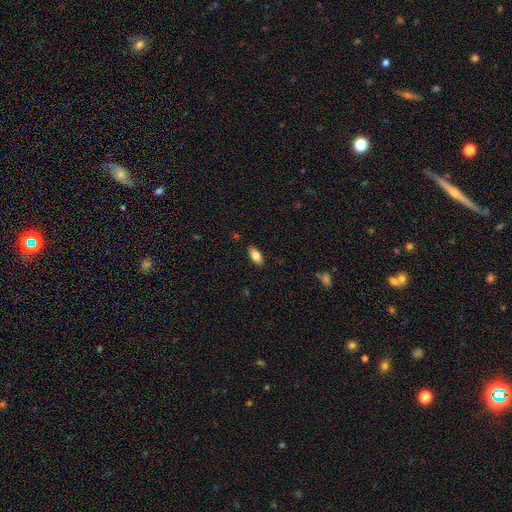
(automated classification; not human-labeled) smooth-or-featured: smooth: 81% | featured or disk: 11% | star or artifact: 7%
  how-rounded: in between: 88% | cigar-shaped: 9% | round: 3%
  merging: none: 87% | minor disturbance: 10% | major disturbance: 2% | merger: 1%